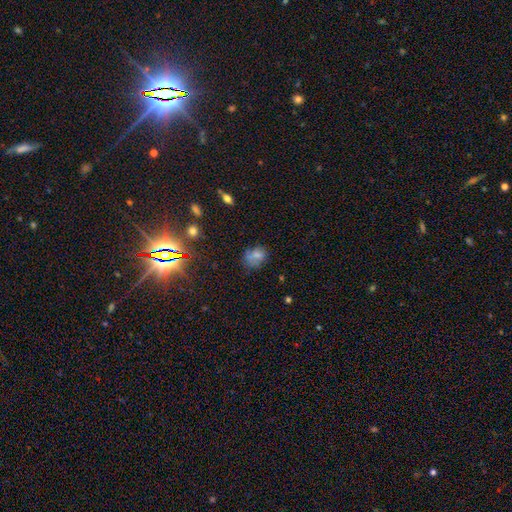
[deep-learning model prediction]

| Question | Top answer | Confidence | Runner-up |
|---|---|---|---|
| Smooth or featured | smooth | 63% | featured or disk (20%) |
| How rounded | in between | 64% | round (34%) |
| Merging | none | 48% | minor disturbance (27%) |